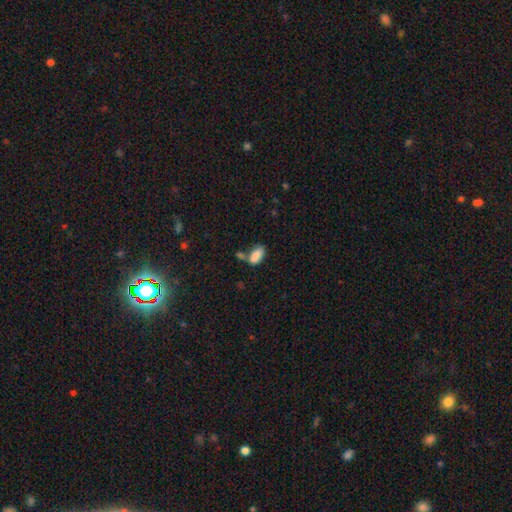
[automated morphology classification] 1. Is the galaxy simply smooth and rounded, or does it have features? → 85% smooth, 8% star or artifact, 7% featured or disk.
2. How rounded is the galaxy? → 92% in between, 5% cigar-shaped, 3% round.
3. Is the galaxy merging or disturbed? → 48% none, 28% merger, 18% minor disturbance, 6% major disturbance.